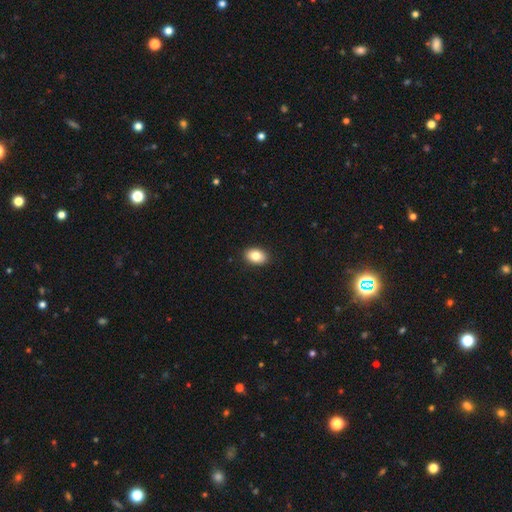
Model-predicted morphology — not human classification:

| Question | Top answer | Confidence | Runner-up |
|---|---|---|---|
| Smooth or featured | smooth | 82% | featured or disk (10%) |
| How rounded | in between | 82% | round (17%) |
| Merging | none | 91% | minor disturbance (7%) |